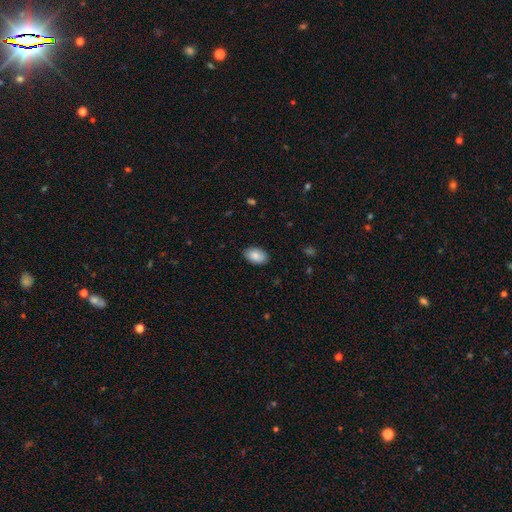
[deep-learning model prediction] Smooth or featured?
  - smooth: 86% *
  - featured or disk: 7%
  - star or artifact: 7%
How rounded?
  - in between: 91% *
  - round: 7%
  - cigar-shaped: 1%
Merging?
  - none: 88% *
  - minor disturbance: 9%
  - major disturbance: 2%
  - merger: 1%